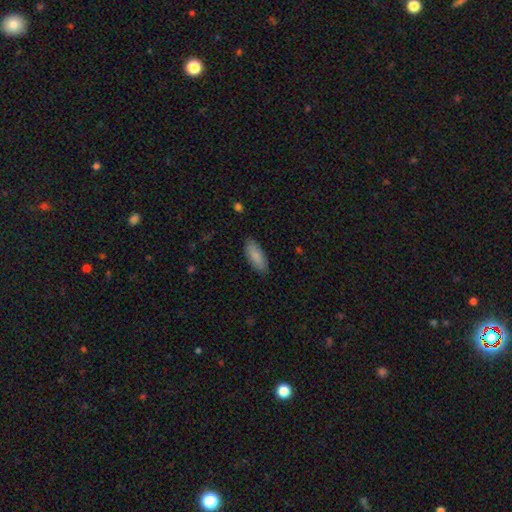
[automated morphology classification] smooth-or-featured: smooth: 86% | featured or disk: 8% | star or artifact: 6%
  how-rounded: in between: 81% | cigar-shaped: 17% | round: 2%
  merging: none: 87% | minor disturbance: 10% | major disturbance: 2% | merger: 1%